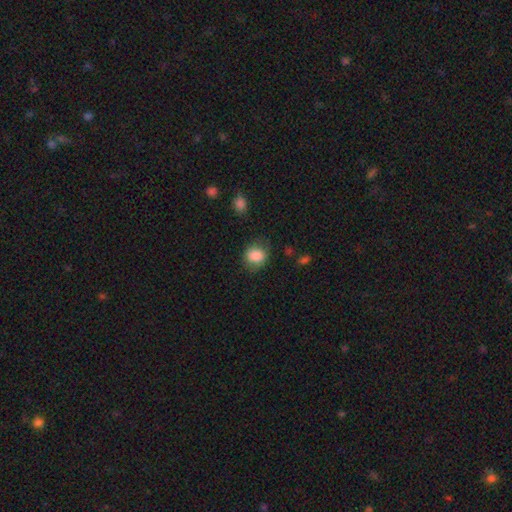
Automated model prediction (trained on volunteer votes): A smooth galaxy with no disk features (85%) that is round (66%).

Vote fractions:
- Smooth or featured? smooth: 85% / star or artifact: 9% / featured or disk: 6%
- How rounded? round: 66% / in between: 33% / cigar-shaped: 1%
- Merging? none: 75% / minor disturbance: 17% / major disturbance: 6% / merger: 2%